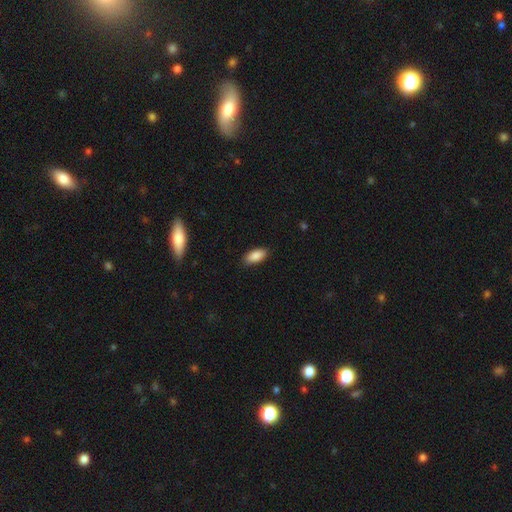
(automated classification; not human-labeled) Smooth or featured? Predicted: smooth (p=0.87). How rounded? Predicted: in between (p=0.89). Merging? Predicted: none (p=0.85).